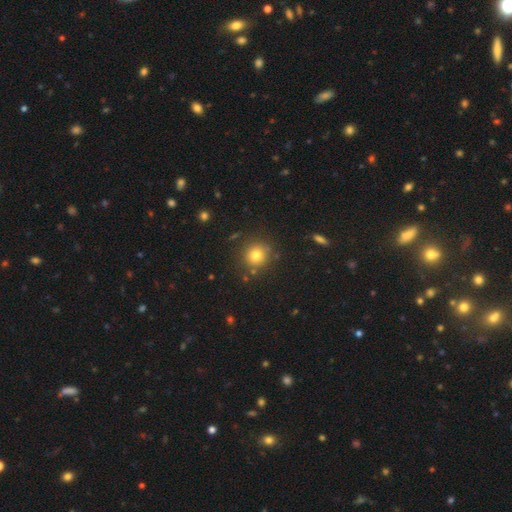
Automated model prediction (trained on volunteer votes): A smooth galaxy with no disk features (78%) that is round (92%).

Vote fractions:
- Smooth or featured? smooth: 78% / star or artifact: 14% / featured or disk: 8%
- How rounded? round: 92% / in between: 7% / cigar-shaped: 1%
- Merging? none: 84% / minor disturbance: 9% / merger: 4% / major disturbance: 3%